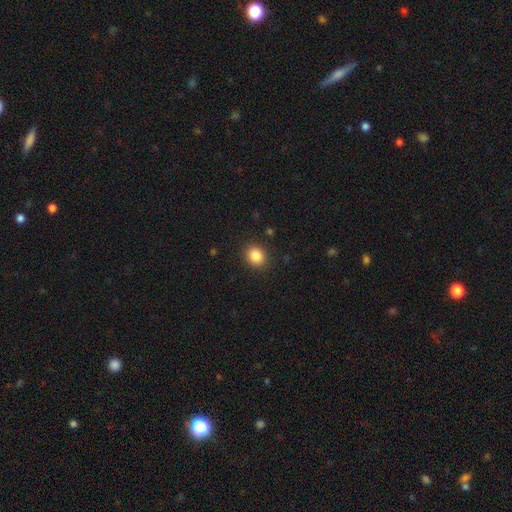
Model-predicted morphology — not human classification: Smooth or featured? Predicted: smooth (p=0.86). How rounded? Predicted: round (p=0.65). Merging? Predicted: none (p=0.89).